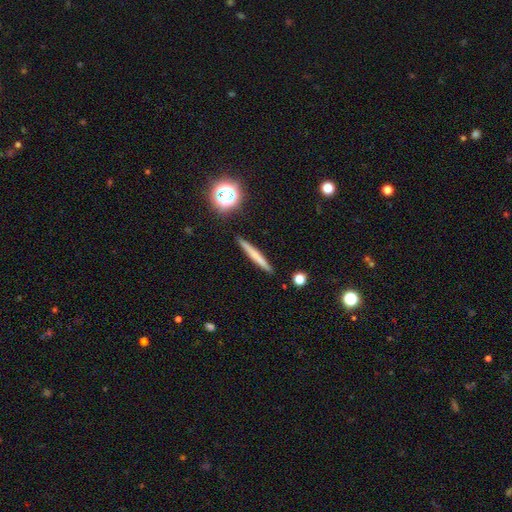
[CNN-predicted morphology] Q: Smooth or featured?
A: smooth (59%); runner-up: featured or disk (32%)
Q: How rounded?
A: cigar-shaped (95%); runner-up: in between (3%)
Q: Merging?
A: none (91%); runner-up: minor disturbance (6%)